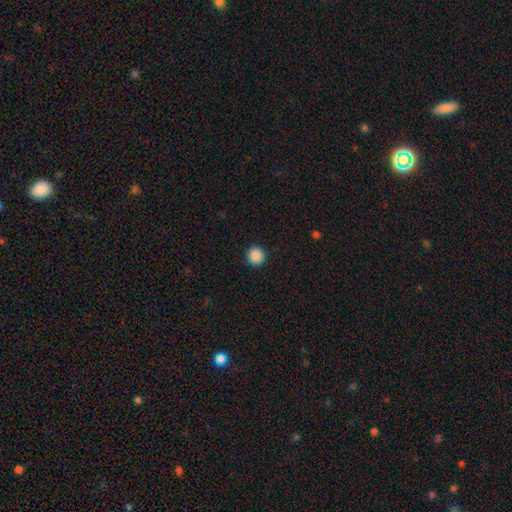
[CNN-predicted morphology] Smooth or featured: smooth — 88% (star or artifact — 9%)
How rounded: round — 93% (in between — 6%)
Merging: none — 92% (minor disturbance — 5%)